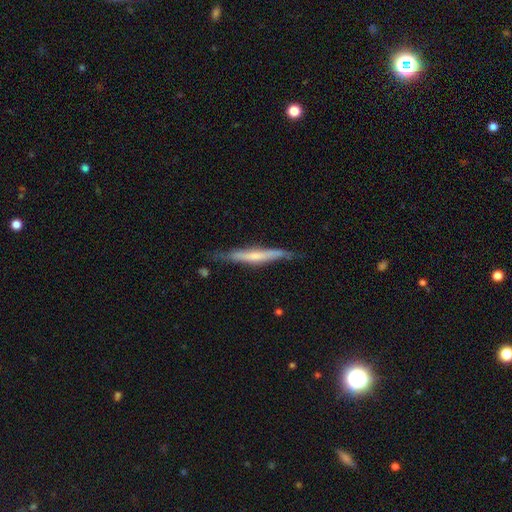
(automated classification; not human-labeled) Morphology: type=featured or disk (55%); edge-on=yes (92%); edge-on bulge=none (49%); merging=none (72%).